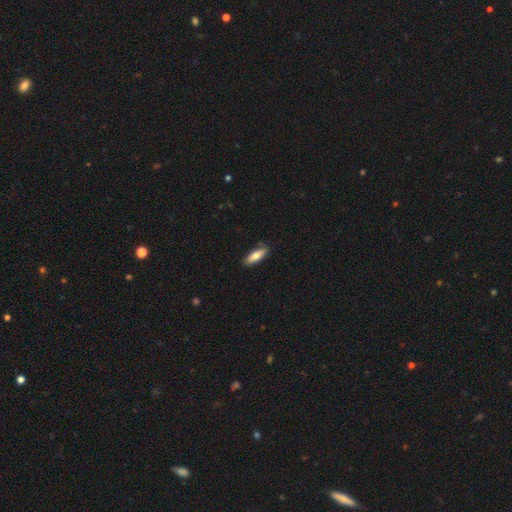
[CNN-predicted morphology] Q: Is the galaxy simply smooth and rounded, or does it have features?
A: smooth — 72%.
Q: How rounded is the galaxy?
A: in between — 51%.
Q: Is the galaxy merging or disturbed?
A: none — 85%.